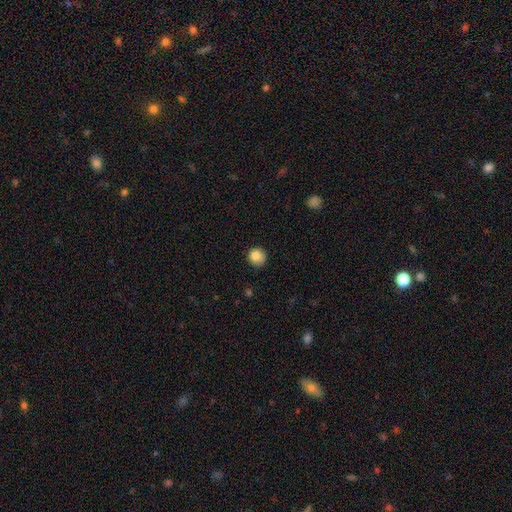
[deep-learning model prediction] The model was most divided on "merging": none: 83%, minor disturbance: 14%, major disturbance: 3%, merger: 1%. More confident: how rounded — round (89%); smooth or featured — smooth (84%).